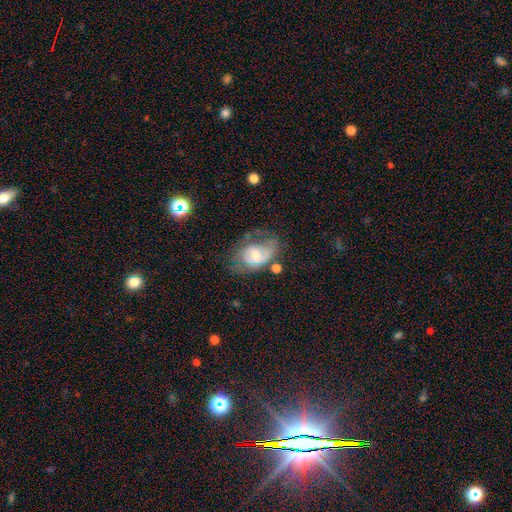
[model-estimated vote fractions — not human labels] Smooth or featured? featured or disk (55%)
Edge-on disk? no (96%)
Bar? no (55%)
Spiral arms? yes (66%)
Bulge size? small (45%)
Merging? none (34%)